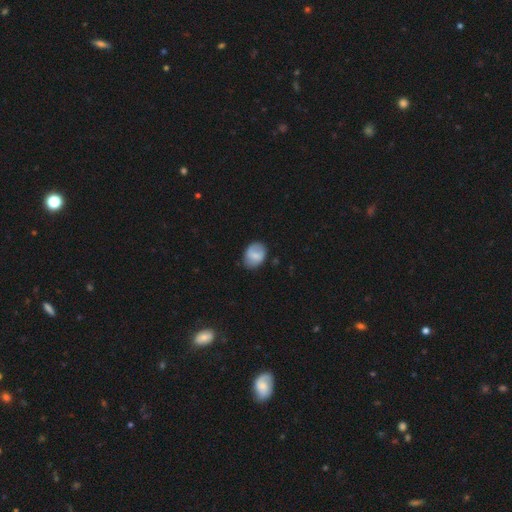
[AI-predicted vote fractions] Q: Smooth or featured?
A: smooth (68%); runner-up: featured or disk (24%)
Q: How rounded?
A: in between (61%); runner-up: round (38%)
Q: Merging?
A: none (74%); runner-up: minor disturbance (20%)